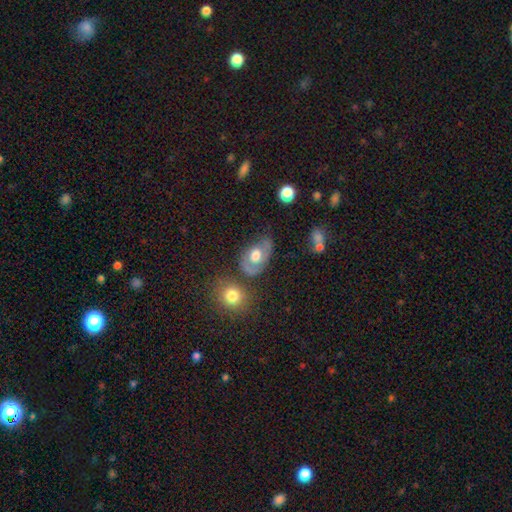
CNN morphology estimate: This appears to be a featured or disk galaxy (49%). Merging: none (47%).